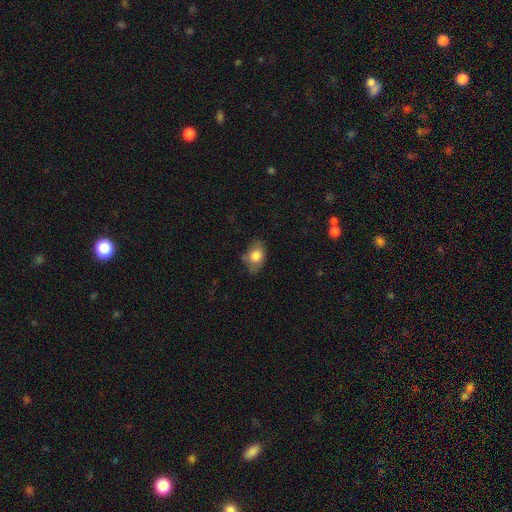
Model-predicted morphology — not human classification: The model was most divided on "merging": none: 61%, minor disturbance: 28%, major disturbance: 8%, merger: 2%. More confident: how rounded — in between (79%); smooth or featured — smooth (77%).